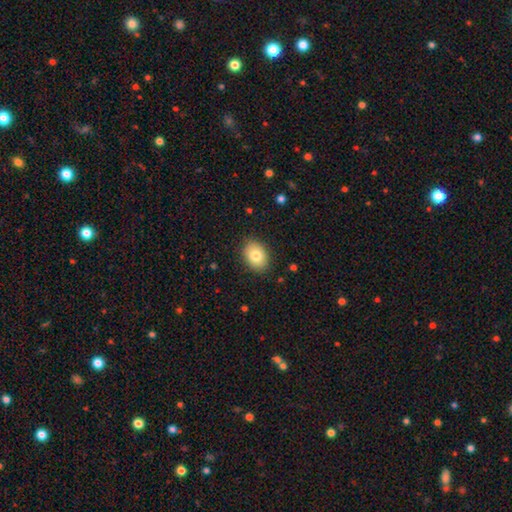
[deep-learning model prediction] Morphology: type=smooth (80%); roundness=in between (71%); merging=none (88%).